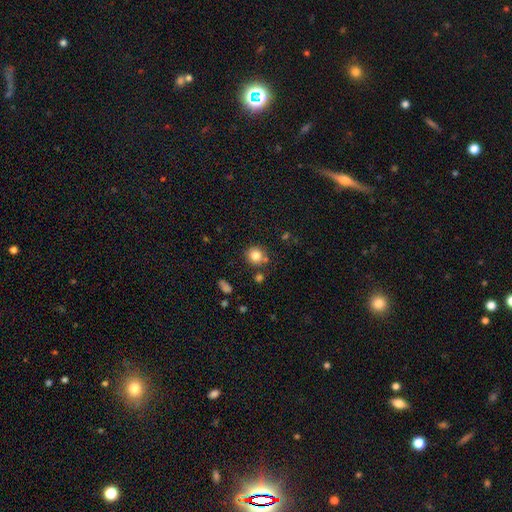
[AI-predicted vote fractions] Q: Smooth or featured?
A: smooth (81%); runner-up: star or artifact (11%)
Q: How rounded?
A: round (90%); runner-up: in between (9%)
Q: Merging?
A: none (78%); runner-up: minor disturbance (10%)